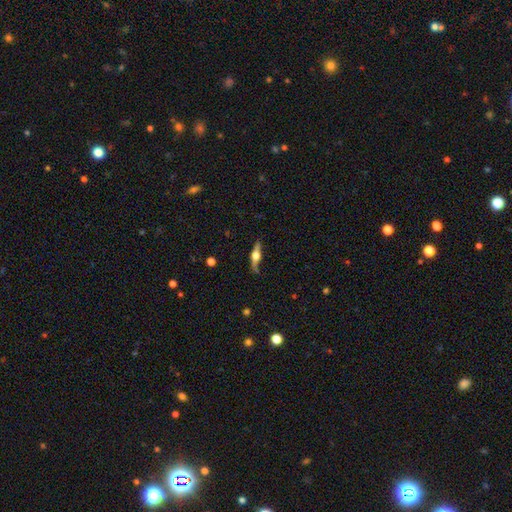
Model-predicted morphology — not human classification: A featured or disk galaxy (68%) viewed edge-on (96%) with a rounded central bulge (94%). Merging: none (78%).